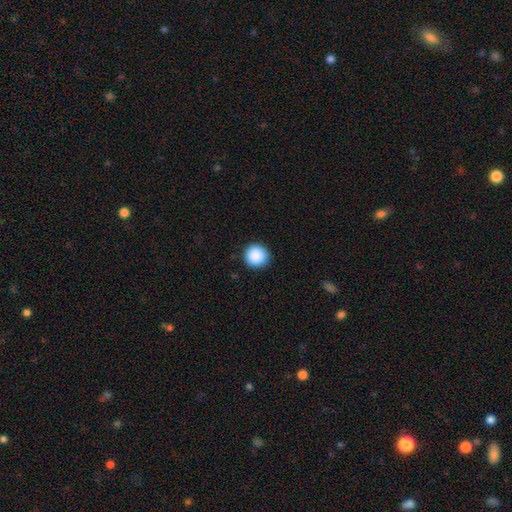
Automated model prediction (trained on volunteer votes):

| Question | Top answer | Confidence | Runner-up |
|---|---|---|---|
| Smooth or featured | smooth | 89% | star or artifact (9%) |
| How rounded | round | 95% | in between (4%) |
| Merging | none | 90% | minor disturbance (7%) |